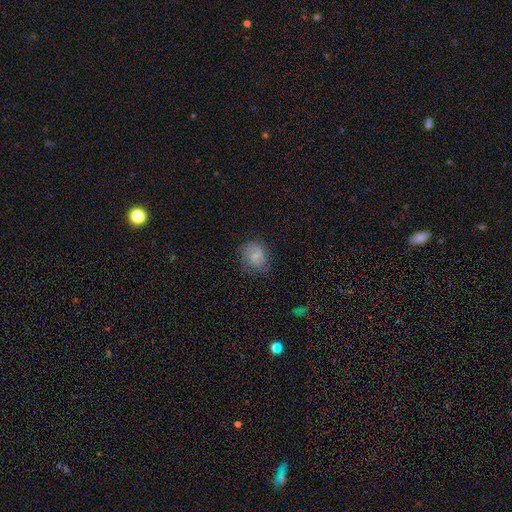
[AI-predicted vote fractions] smooth_or_featured: smooth (p=0.50) [alt: featured or disk p=0.41]
how_rounded: round (p=0.63) [alt: in between p=0.36]
merging: none (p=0.68) [alt: minor disturbance p=0.21]